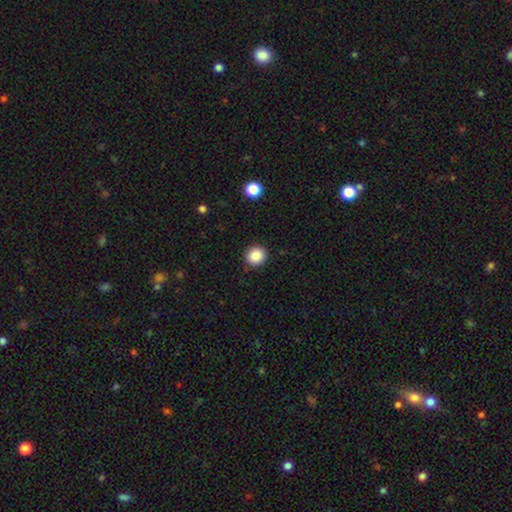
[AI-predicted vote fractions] This appears to be a smooth galaxy with no disk features (87%) that is round (89%). Merging: none (90%).